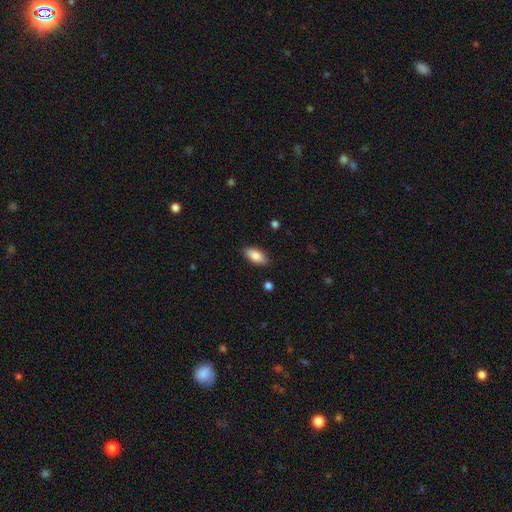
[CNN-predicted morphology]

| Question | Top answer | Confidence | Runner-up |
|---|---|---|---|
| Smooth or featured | smooth | 85% | featured or disk (8%) |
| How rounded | in between | 89% | cigar-shaped (9%) |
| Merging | none | 87% | minor disturbance (9%) |